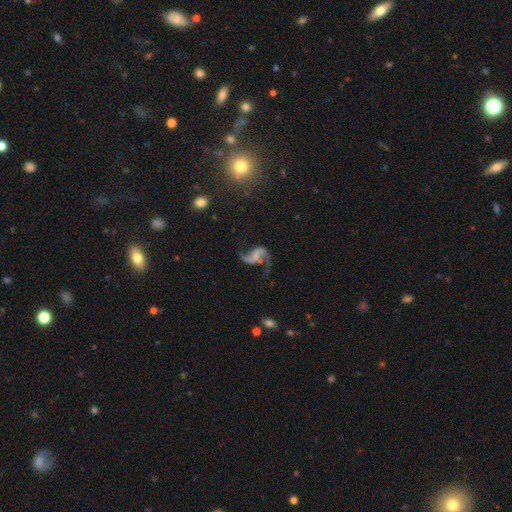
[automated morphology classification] smooth_or_featured: featured or disk (p=0.88) [alt: star or artifact p=0.06]
disk_edge_on: no (p=0.98) [alt: yes p=0.02]
bar: no (p=0.43) [alt: weak p=0.39]
has_spiral_arms: yes (p=0.96) [alt: no p=0.04]
spiral_winding: loose (p=0.80) [alt: medium p=0.17]
spiral_arm_count: 2 (p=0.92) [alt: 1 p=0.03]
bulge_size: none (p=0.62) [alt: small p=0.24]
merging: none (p=0.65) [alt: major disturbance p=0.16]